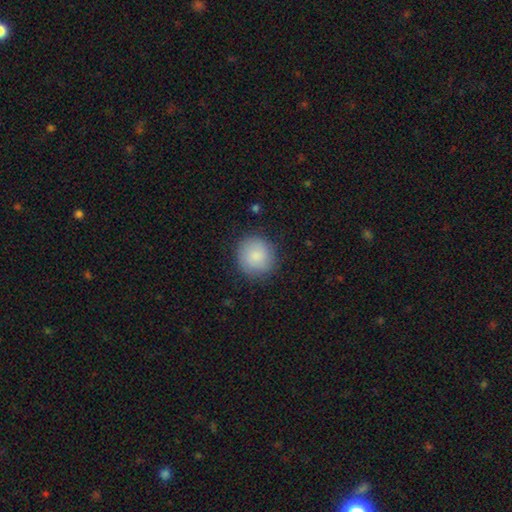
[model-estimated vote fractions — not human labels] Smooth or featured? Predicted: smooth (p=0.85). How rounded? Predicted: round (p=0.92). Merging? Predicted: none (p=0.85).